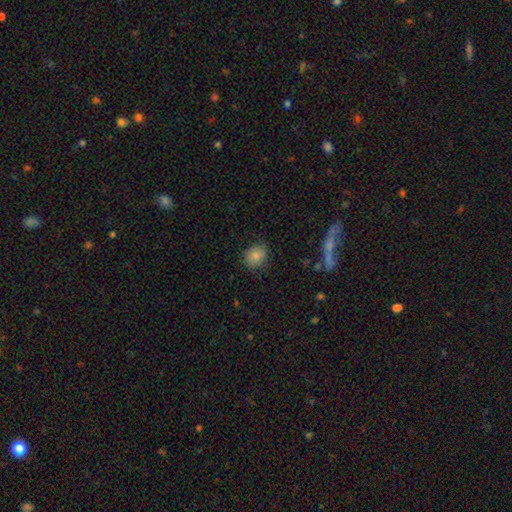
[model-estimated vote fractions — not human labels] smooth-or-featured: smooth: 83% | star or artifact: 10% | featured or disk: 7%
  how-rounded: round: 58% | in between: 41% | cigar-shaped: 1%
  merging: none: 79% | minor disturbance: 16% | major disturbance: 4% | merger: 1%